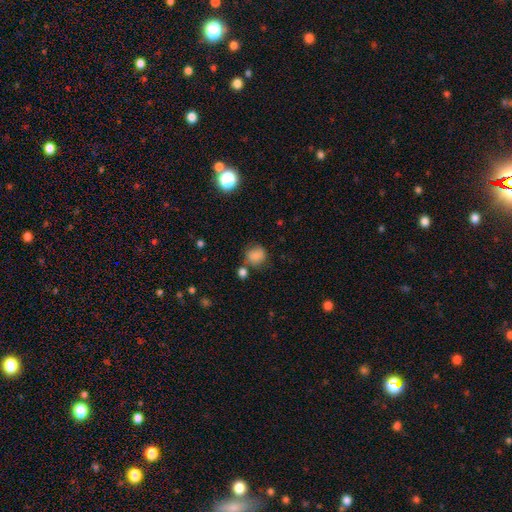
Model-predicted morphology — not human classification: This is clearly a smooth galaxy (81%). How rounded: likely round (78%). Merging: likely none (63%).